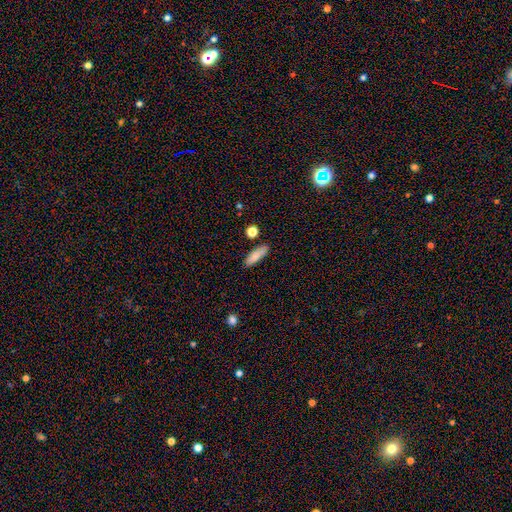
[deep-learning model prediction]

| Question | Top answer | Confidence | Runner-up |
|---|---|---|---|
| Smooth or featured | smooth | 83% | featured or disk (10%) |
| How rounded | in between | 50% | cigar-shaped (47%) |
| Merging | none | 82% | minor disturbance (11%) |